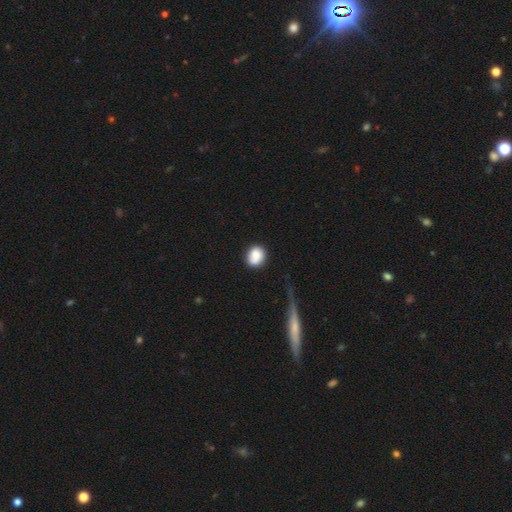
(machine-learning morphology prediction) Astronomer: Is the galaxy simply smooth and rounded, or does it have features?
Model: smooth — 79%.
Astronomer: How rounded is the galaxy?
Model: round — 70%.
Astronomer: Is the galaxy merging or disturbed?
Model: none — 68%.